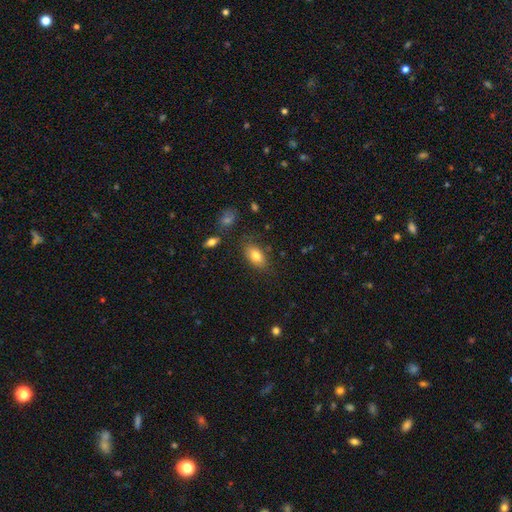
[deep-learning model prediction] Overall: smooth (80%). How rounded: in between (88%). Merging: none (78%).